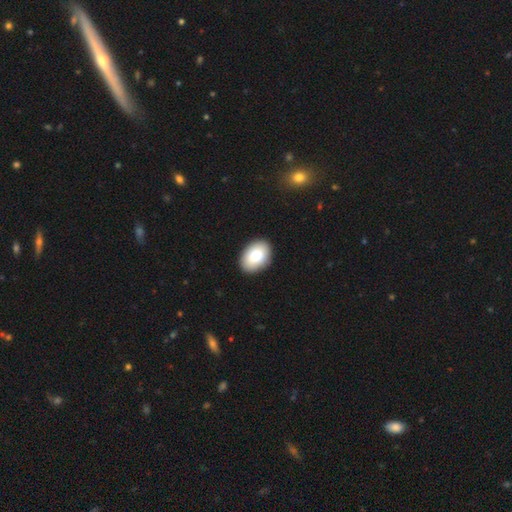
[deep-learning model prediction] Smooth or featured? Predicted: smooth (p=0.86). How rounded? Predicted: in between (p=0.88). Merging? Predicted: none (p=0.90).